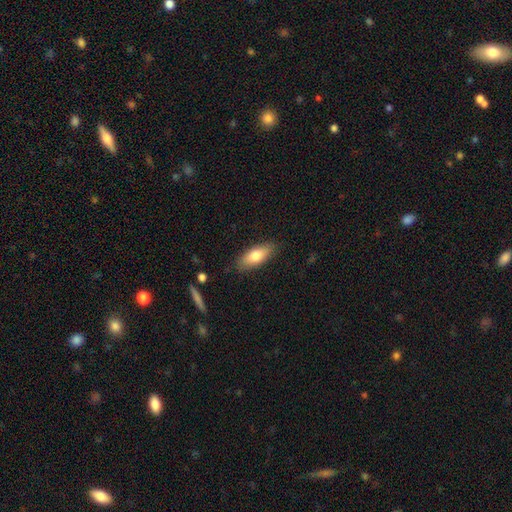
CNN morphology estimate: smooth 74%, featured or disk 19%, star or artifact 6%. Down the decision tree: how rounded — in between (74%); merging — none (85%).